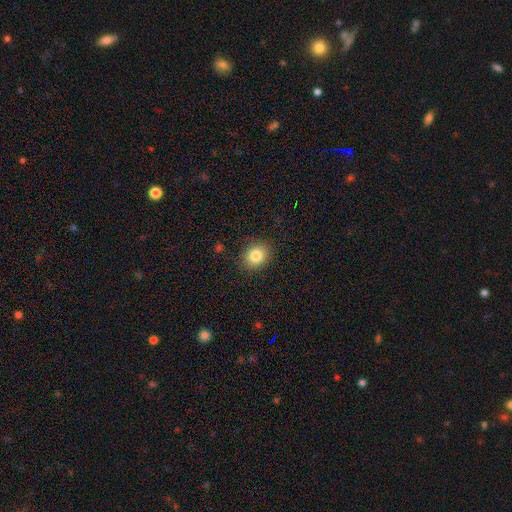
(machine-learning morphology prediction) Smooth or featured? Predicted: smooth (p=0.83). How rounded? Predicted: round (p=0.61). Merging? Predicted: none (p=0.88).